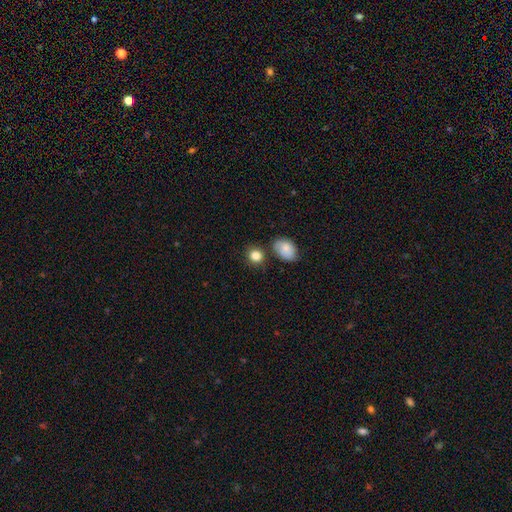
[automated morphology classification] smooth-or-featured: smooth: 85% | star or artifact: 10% | featured or disk: 6%
  how-rounded: round: 77% | in between: 22% | cigar-shaped: 1%
  merging: none: 75% | minor disturbance: 12% | merger: 10% | major disturbance: 3%